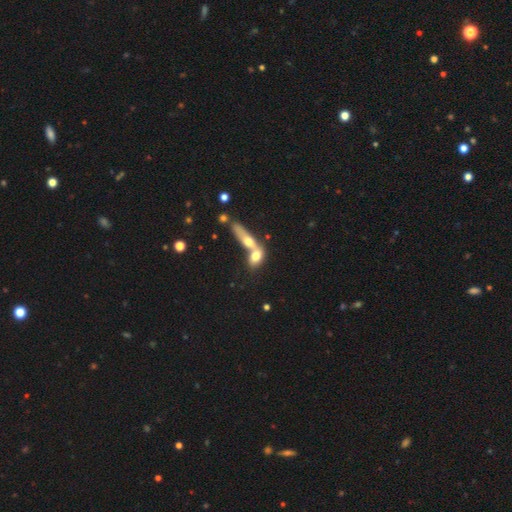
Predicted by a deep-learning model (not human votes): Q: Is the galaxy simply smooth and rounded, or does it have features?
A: smooth — 63%.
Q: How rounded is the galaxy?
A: in between — 59%.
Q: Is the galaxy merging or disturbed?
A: merger — 71%.